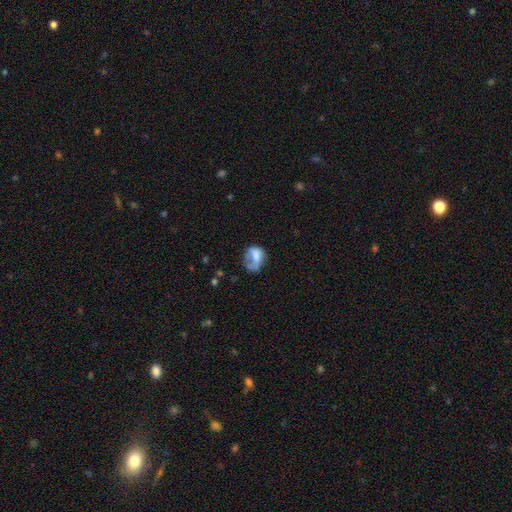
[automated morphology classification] Smooth or featured? smooth (60%)
How rounded? in between (59%)
Merging? major disturbance (39%)